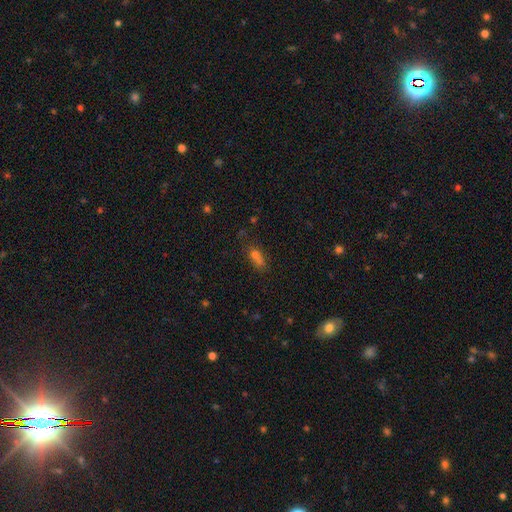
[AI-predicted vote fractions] Q: Smooth or featured?
A: smooth (63%); runner-up: star or artifact (23%)
Q: How rounded?
A: in between (63%); runner-up: round (25%)
Q: Merging?
A: none (44%); runner-up: merger (33%)